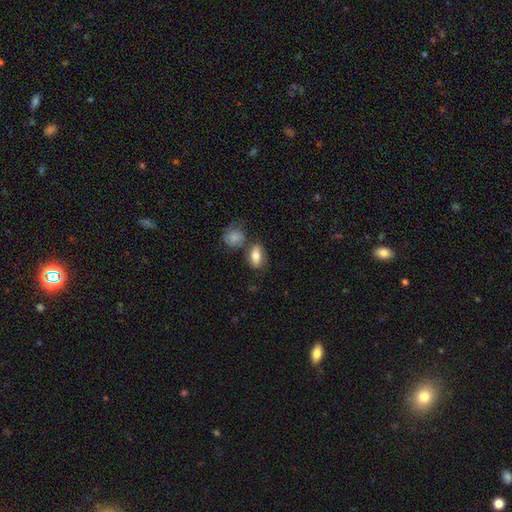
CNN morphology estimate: type=smooth (77%); roundness=in between (86%); merging=none (61%).